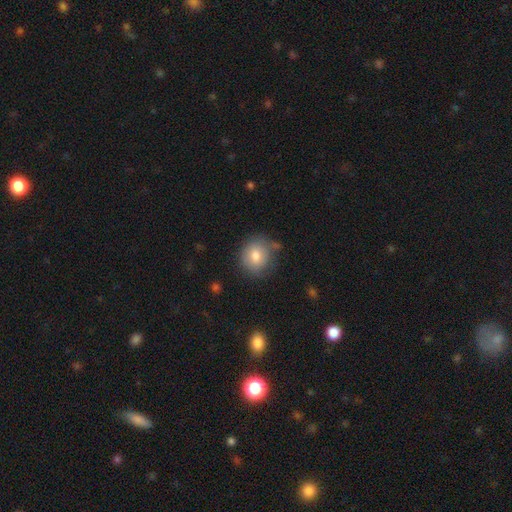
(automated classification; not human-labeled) smooth-or-featured: smooth: 78% | featured or disk: 13% | star or artifact: 9%
  how-rounded: round: 82% | in between: 17% | cigar-shaped: 1%
  merging: none: 69% | minor disturbance: 21% | major disturbance: 6% | merger: 5%